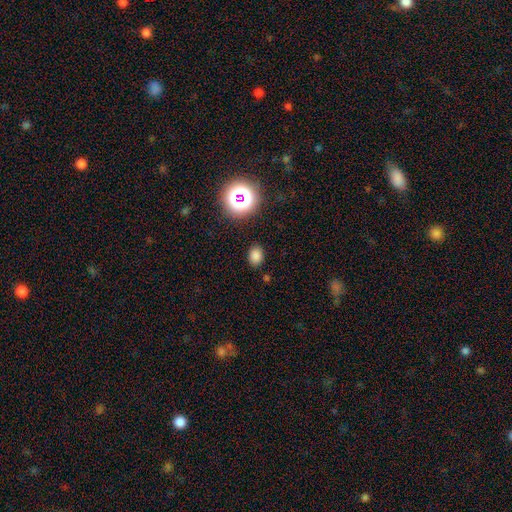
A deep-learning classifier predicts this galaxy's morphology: smooth 77%, star or artifact 18%, featured or disk 5%. Down the decision tree: how rounded — in between (64%); merging — none (86%).